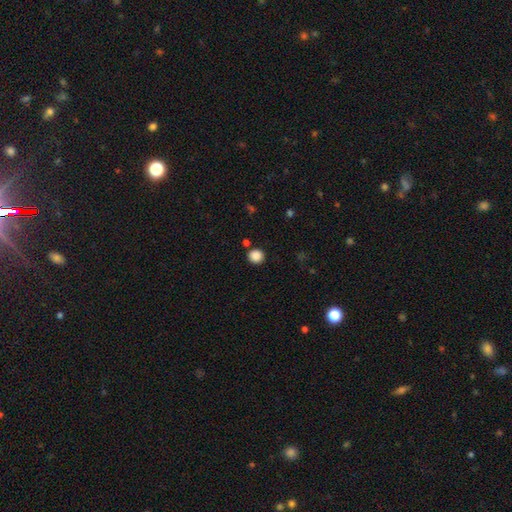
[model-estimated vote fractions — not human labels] The model was most divided on "smooth or featured": smooth: 87%, star or artifact: 10%, featured or disk: 3%. More confident: how rounded — round (91%); merging — none (88%).